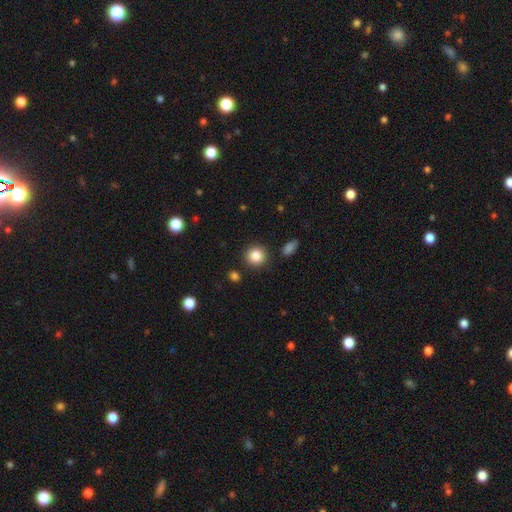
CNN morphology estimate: A smooth galaxy with no disk features (86%) that is round (90%). Merging: none (88%).